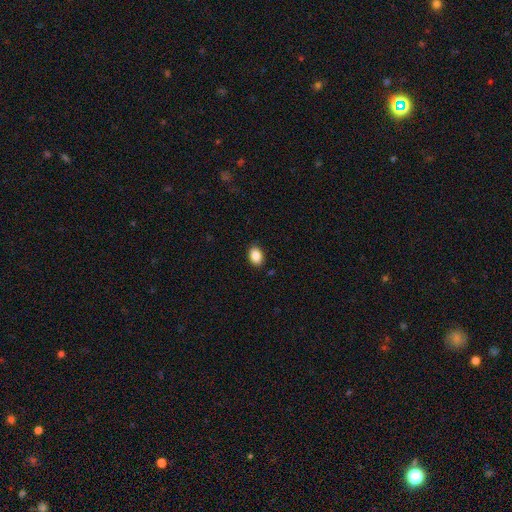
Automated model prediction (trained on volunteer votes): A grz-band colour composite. It shows a smooth galaxy with no disk features (88%) that is in between round and cigar-shaped (80%). Merging: none (89%).